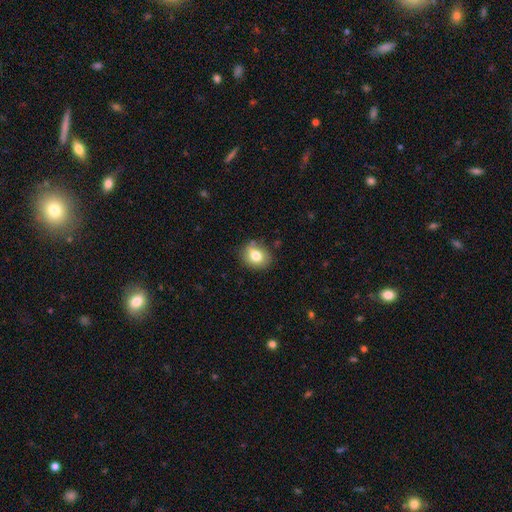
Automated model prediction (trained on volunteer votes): This is likely a smooth galaxy (77%). How rounded: possibly in between (51%). Merging: likely none (74%).